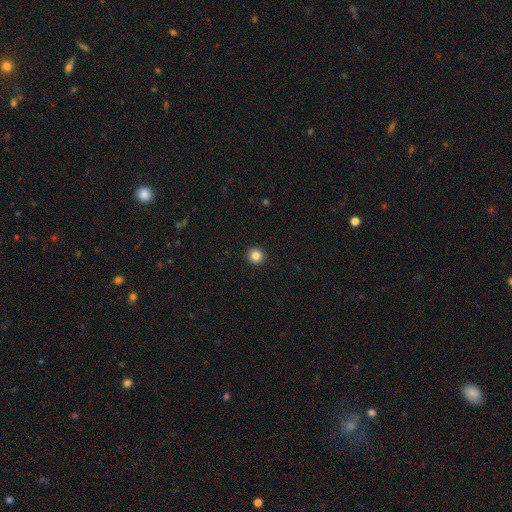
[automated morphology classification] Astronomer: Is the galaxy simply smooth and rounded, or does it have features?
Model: smooth — 84%.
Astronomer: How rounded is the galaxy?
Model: round — 94%.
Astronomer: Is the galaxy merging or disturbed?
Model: none — 93%.